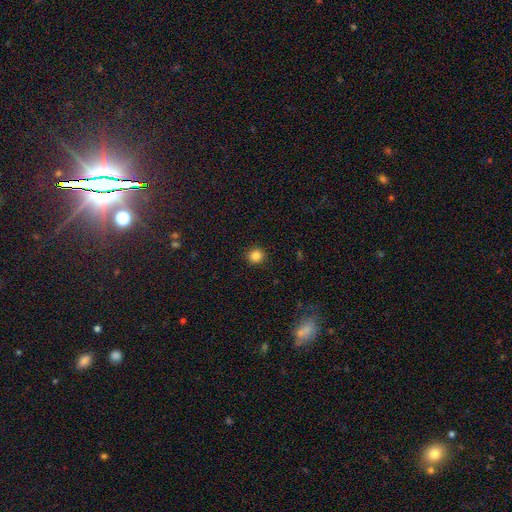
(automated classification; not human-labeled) A smooth galaxy with no disk features (84%) that is round (91%).

Vote fractions:
- Smooth or featured? smooth: 84% / star or artifact: 12% / featured or disk: 4%
- How rounded? round: 91% / in between: 8% / cigar-shaped: 1%
- Merging? none: 91% / minor disturbance: 6% / major disturbance: 2% / merger: 1%